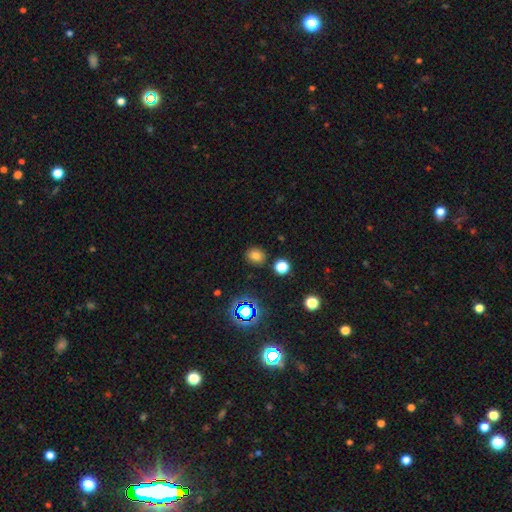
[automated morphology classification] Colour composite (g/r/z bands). It shows a smooth galaxy with no disk features (74%) that is round (68%). Merging: none (86%).